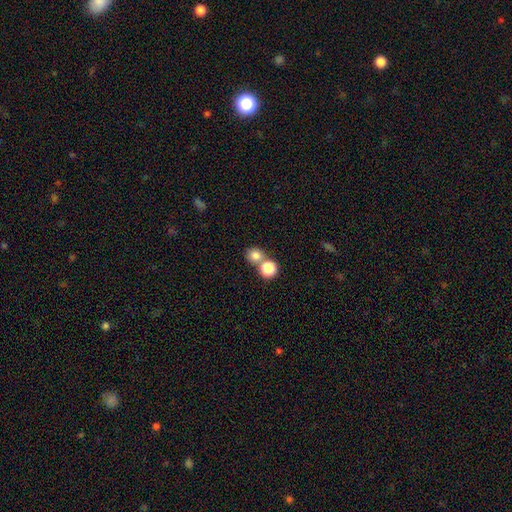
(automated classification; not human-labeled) Smooth or featured: smooth — 80% (star or artifact — 12%)
How rounded: round — 85% (in between — 14%)
Merging: none — 50% (merger — 42%)